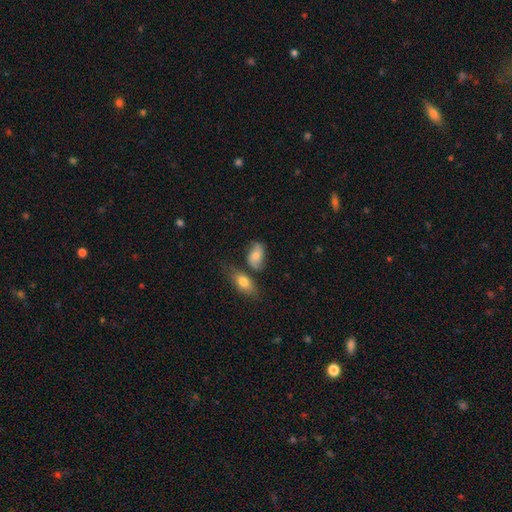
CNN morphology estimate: A smooth galaxy with no disk features (62%) that is in between round and cigar-shaped (87%).

Vote fractions:
- Smooth or featured? smooth: 62% / featured or disk: 30% / star or artifact: 8%
- How rounded? in between: 87% / round: 10% / cigar-shaped: 3%
- Merging? none: 47% / minor disturbance: 23% / merger: 20% / major disturbance: 10%